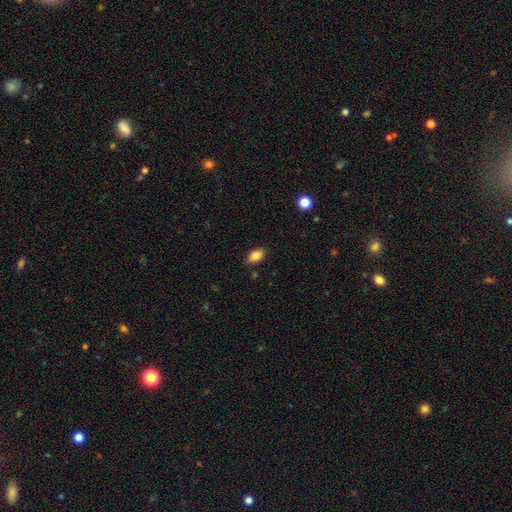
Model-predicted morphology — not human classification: Smooth or featured? Predicted: smooth (p=0.86). How rounded? Predicted: in between (p=0.89). Merging? Predicted: none (p=0.82).